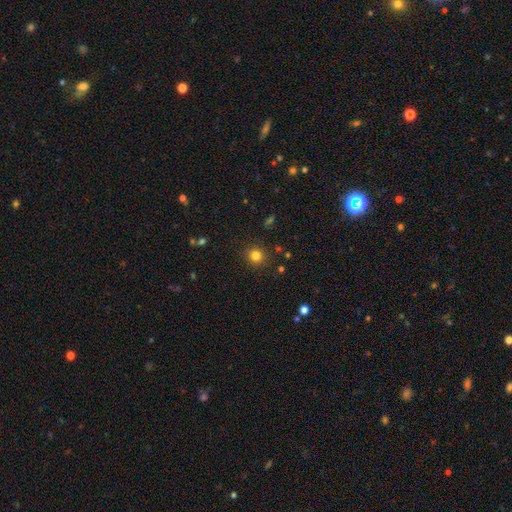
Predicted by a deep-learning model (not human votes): The model was most divided on "smooth or featured": smooth: 81%, star or artifact: 13%, featured or disk: 6%. More confident: how rounded — round (90%); merging — none (89%).